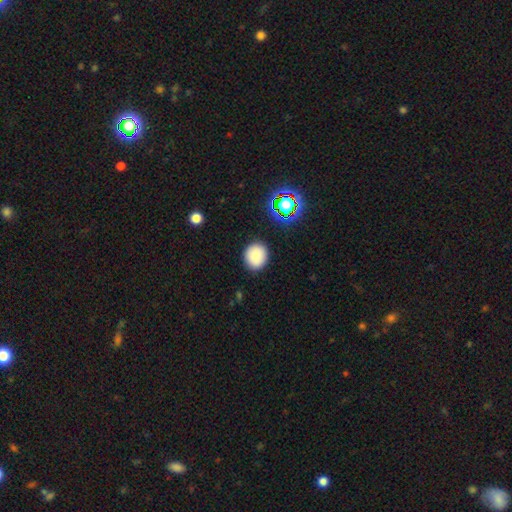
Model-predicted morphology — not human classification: The model was most divided on "how rounded": round: 78%, in between: 21%, cigar-shaped: 1%. More confident: merging — none (88%); smooth or featured — smooth (82%).